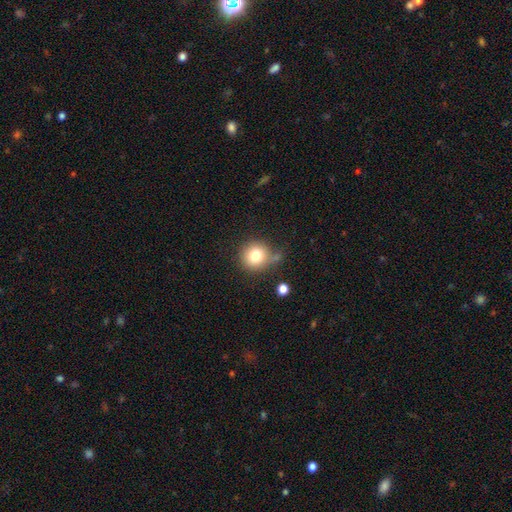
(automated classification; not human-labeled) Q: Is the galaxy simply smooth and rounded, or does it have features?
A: smooth — 79%.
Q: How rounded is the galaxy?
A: round — 90%.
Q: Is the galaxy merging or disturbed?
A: none — 63%.